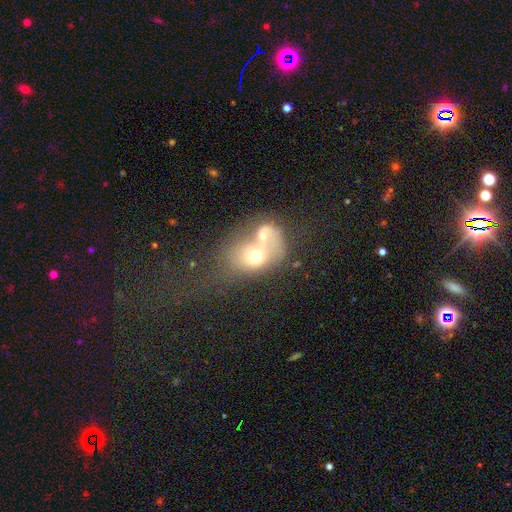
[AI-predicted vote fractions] Q: Smooth or featured?
A: smooth (55%); runner-up: featured or disk (34%)
Q: How rounded?
A: in between (53%); runner-up: round (46%)
Q: Merging?
A: merger (70%); runner-up: major disturbance (12%)